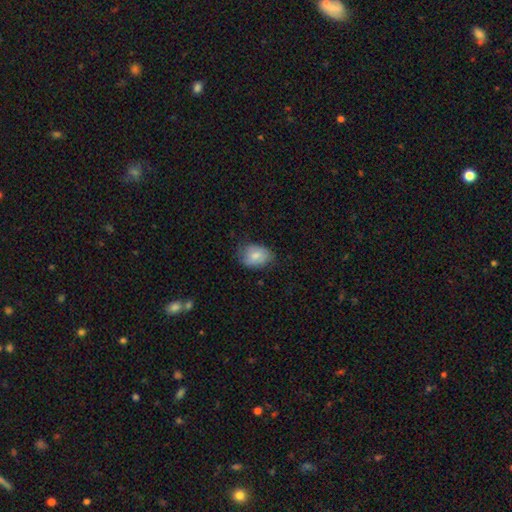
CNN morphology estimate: This appears to be a smooth galaxy with no disk features (77%) that is in between round and cigar-shaped (77%). Merging: none (66%).